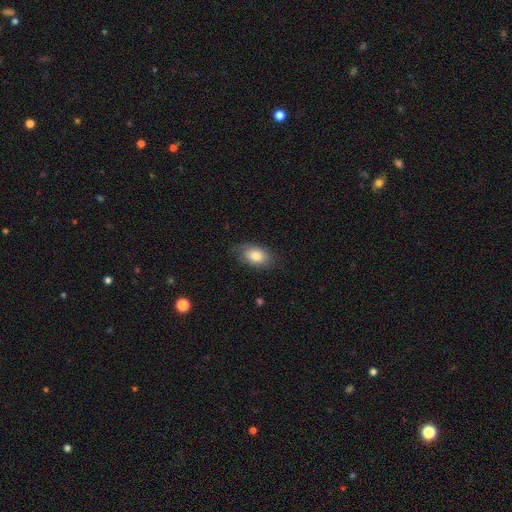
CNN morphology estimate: smooth-or-featured: smooth: 81% | featured or disk: 12% | star or artifact: 7%
  how-rounded: in between: 89% | round: 9% | cigar-shaped: 2%
  merging: none: 74% | minor disturbance: 20% | major disturbance: 5% | merger: 1%